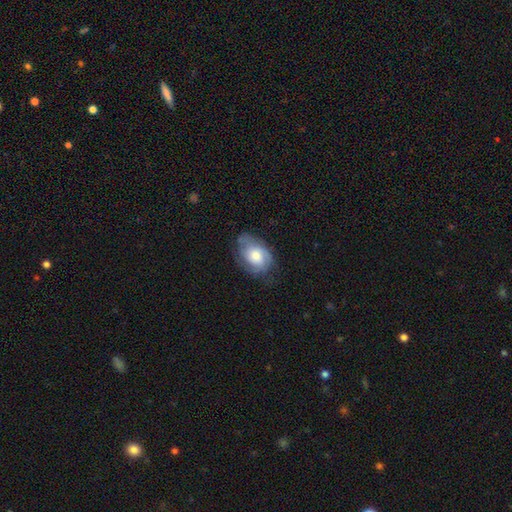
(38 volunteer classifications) Morphology: type=featured or disk (61%); edge-on=no (91%); bar=no (90%); spiral arms=yes (86%); winding=tight (39%, tied with medium); arm count=can't tell (44%); bulge=large (43%); merging=none (66%).